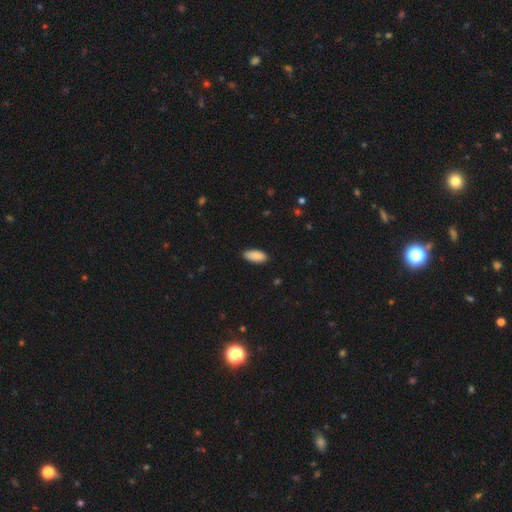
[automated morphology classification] The model was most divided on "merging": none: 88%, minor disturbance: 9%, major disturbance: 2%, merger: 1%. More confident: smooth or featured — smooth (90%); how rounded — in between (89%).